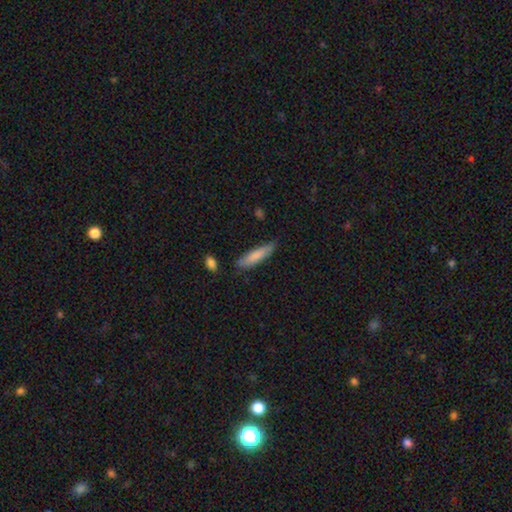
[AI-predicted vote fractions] This is clearly a smooth galaxy (80%). How rounded: likely cigar-shaped (75%). Merging: likely none (75%).